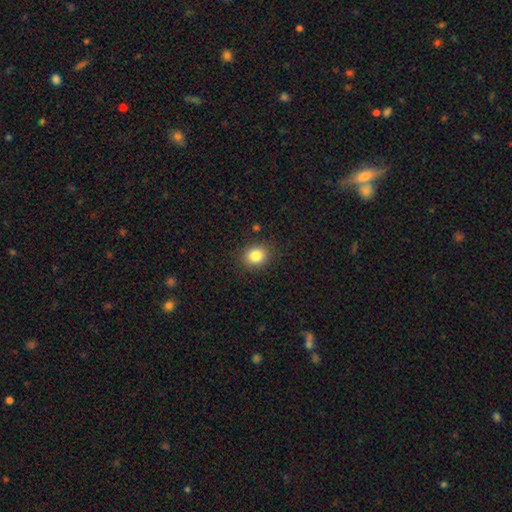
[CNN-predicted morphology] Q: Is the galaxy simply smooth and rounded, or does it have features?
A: smooth — 83%.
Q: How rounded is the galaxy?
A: round — 74%.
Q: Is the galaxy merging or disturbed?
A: none — 88%.